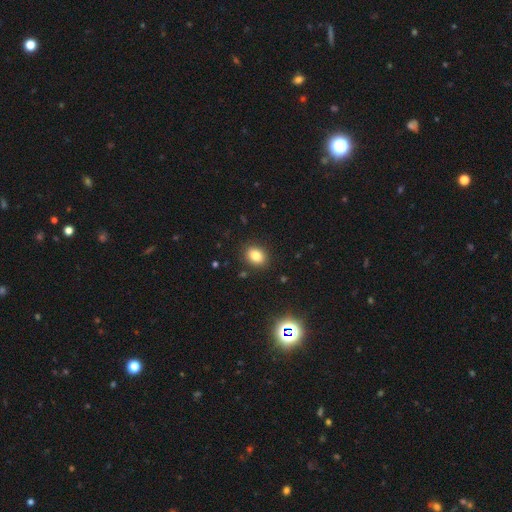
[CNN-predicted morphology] smooth-or-featured: smooth: 83% | star or artifact: 11% | featured or disk: 6%
  how-rounded: in between: 57% | round: 42% | cigar-shaped: 1%
  merging: none: 88% | minor disturbance: 8% | major disturbance: 2% | merger: 1%